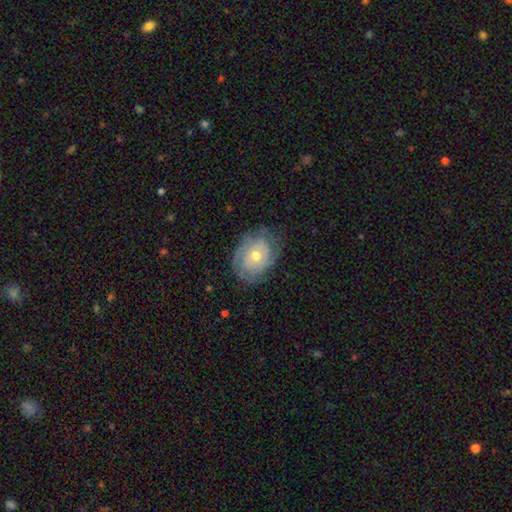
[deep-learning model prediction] Smooth or featured? Predicted: featured or disk (p=0.60). Edge-on disk? Predicted: no (p=0.95). Bar? Predicted: no (p=0.85). Spiral arms? Predicted: yes (p=0.70). Bulge size? Predicted: moderate (p=0.66). Merging? Predicted: none (p=0.69).